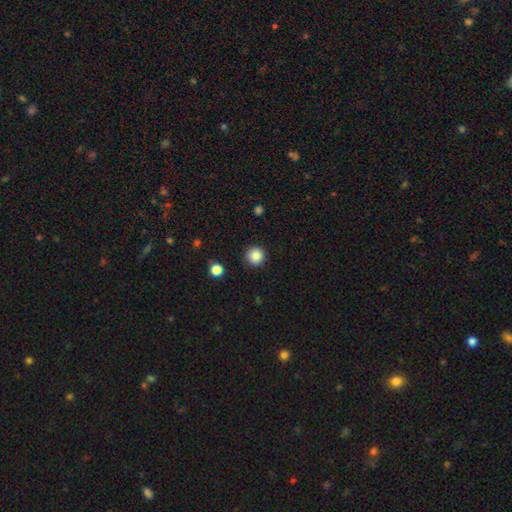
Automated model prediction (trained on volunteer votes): Smooth or featured? smooth (86%)
How rounded? round (95%)
Merging? none (91%)